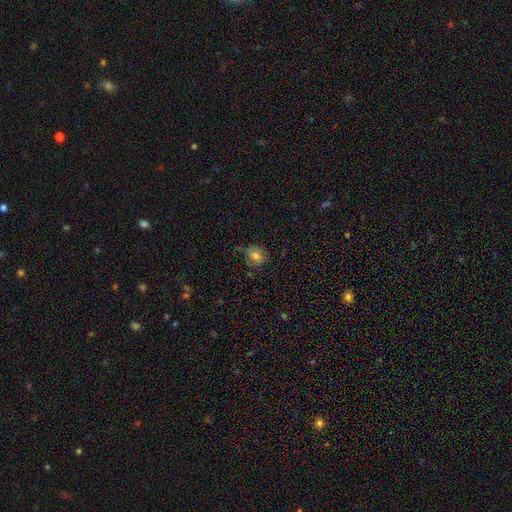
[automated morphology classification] Smooth or featured? Predicted: smooth (p=0.68). How rounded? Predicted: round (p=0.71). Merging? Predicted: none (p=0.62).